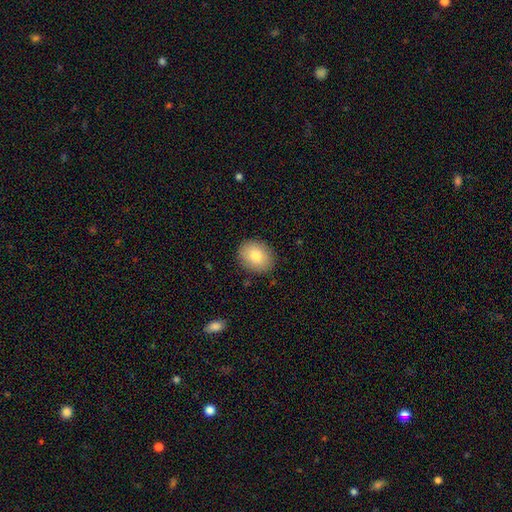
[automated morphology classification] The model was most divided on "how rounded": in between: 50%, round: 49%, cigar-shaped: 1%. More confident: merging — none (88%); smooth or featured — smooth (80%).